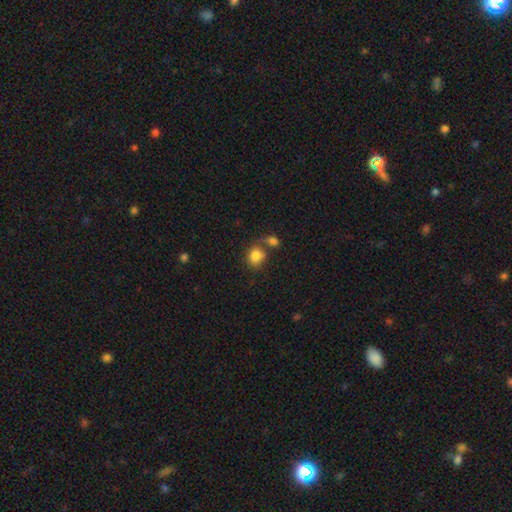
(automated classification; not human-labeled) A smooth galaxy with no disk features (83%) that is round (64%). Merging: none (49%).